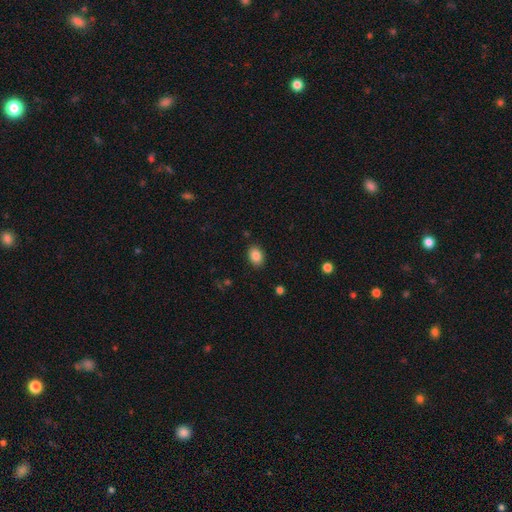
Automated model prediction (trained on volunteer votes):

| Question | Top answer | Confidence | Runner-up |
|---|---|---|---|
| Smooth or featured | smooth | 85% | star or artifact (9%) |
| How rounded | in between | 76% | round (23%) |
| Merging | none | 88% | minor disturbance (9%) |